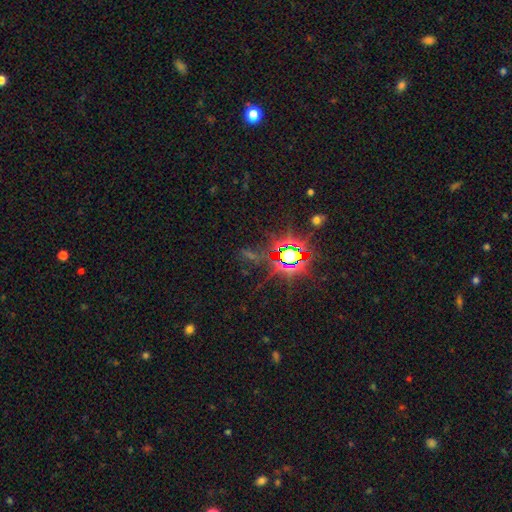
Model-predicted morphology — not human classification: Q: Smooth or featured?
A: star or artifact (81%); runner-up: smooth (11%)